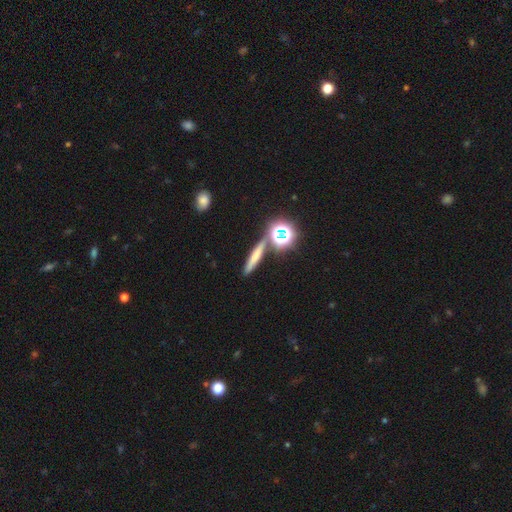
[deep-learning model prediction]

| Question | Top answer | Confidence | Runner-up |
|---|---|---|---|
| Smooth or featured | smooth | 54% | star or artifact (24%) |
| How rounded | cigar-shaped | 68% | round (19%) |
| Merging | none | 78% | merger (10%) |